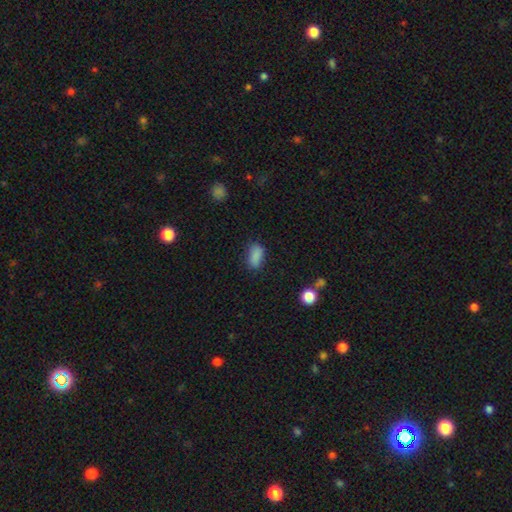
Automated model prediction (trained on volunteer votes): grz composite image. It shows a smooth galaxy with no disk features (85%) that is in between round and cigar-shaped (88%). Merging: none (76%).